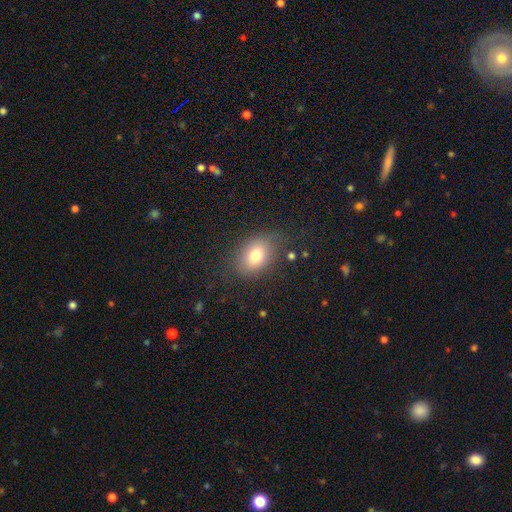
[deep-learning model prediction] smooth_or_featured: smooth (p=0.76) [alt: featured or disk p=0.13]
how_rounded: in between (p=0.74) [alt: round p=0.24]
merging: none (p=0.75) [alt: minor disturbance p=0.16]